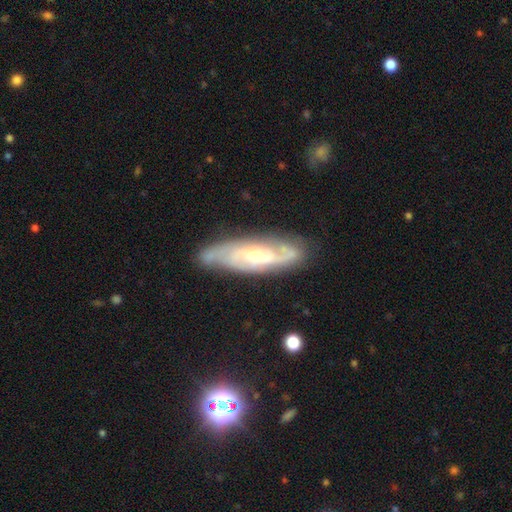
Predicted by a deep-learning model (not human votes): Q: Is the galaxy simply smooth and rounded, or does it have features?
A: featured or disk — 82%.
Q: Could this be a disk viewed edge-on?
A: no — 82%.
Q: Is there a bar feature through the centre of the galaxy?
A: no — 53%.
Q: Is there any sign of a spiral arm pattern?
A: yes — 94%.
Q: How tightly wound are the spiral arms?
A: tight — 48%.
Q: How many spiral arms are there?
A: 2 — 45%.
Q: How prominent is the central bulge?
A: moderate — 51%.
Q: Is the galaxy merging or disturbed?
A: none — 78%.